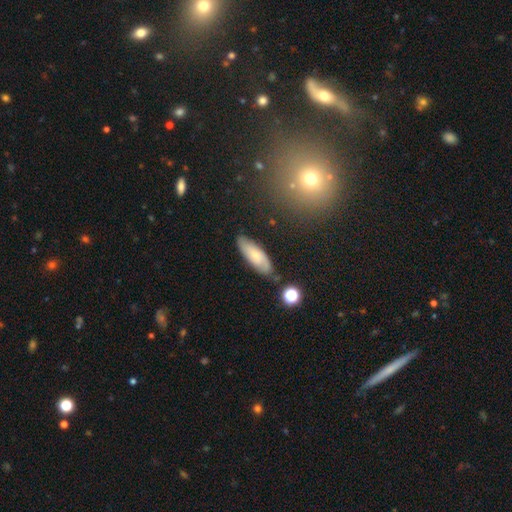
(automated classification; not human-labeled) This appears to be a smooth galaxy with no disk features (59%) that is in between round and cigar-shaped (60%). Merging: none (78%).